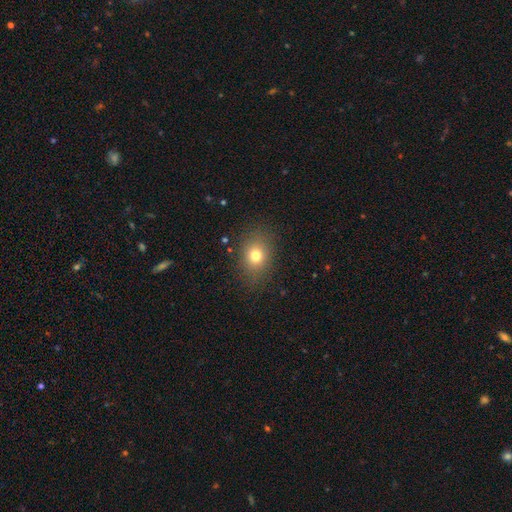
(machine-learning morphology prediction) Overall: smooth (76%). How rounded: in between (55%; round 44%). Merging: none (85%).